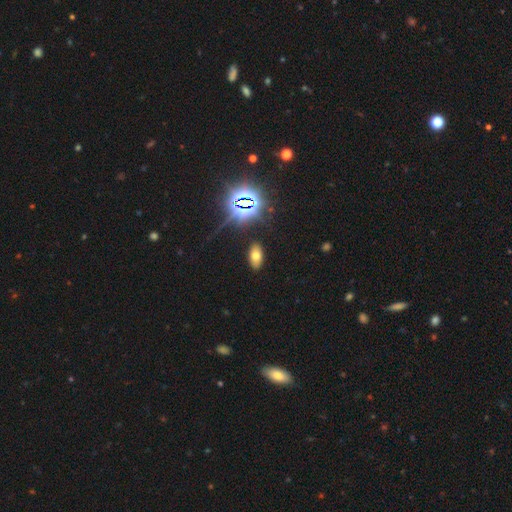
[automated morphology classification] smooth-or-featured: smooth: 58% | star or artifact: 28% | featured or disk: 15%
  how-rounded: in between: 92% | round: 5% | cigar-shaped: 4%
  merging: none: 88% | minor disturbance: 8% | major disturbance: 3% | merger: 2%